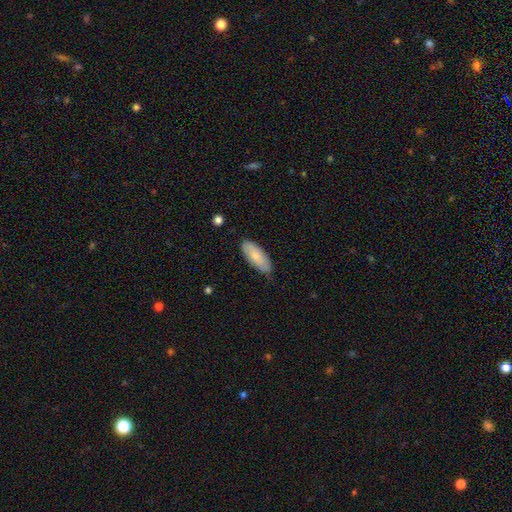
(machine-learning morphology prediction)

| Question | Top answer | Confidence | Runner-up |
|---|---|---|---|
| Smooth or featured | smooth | 78% | featured or disk (17%) |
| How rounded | in between | 78% | cigar-shaped (20%) |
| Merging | none | 81% | minor disturbance (15%) |